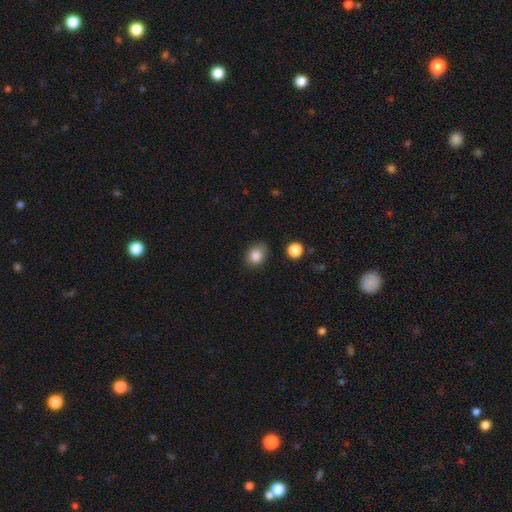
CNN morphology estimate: Overall: smooth (85%). How rounded: in between (56%; round 43%). Merging: none (76%).